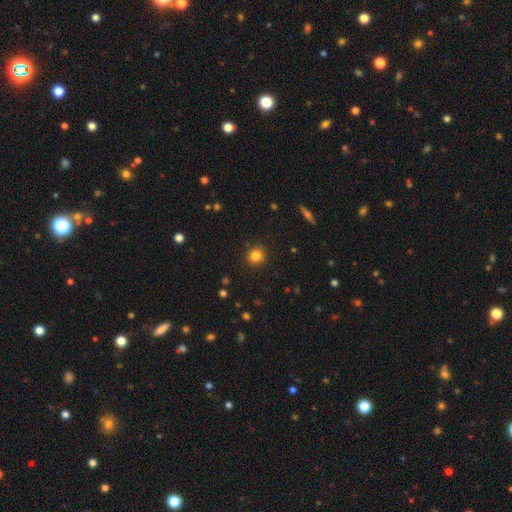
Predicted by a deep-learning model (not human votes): This is clearly a smooth galaxy (82%). How rounded: clearly round (87%). Merging: clearly none (90%).